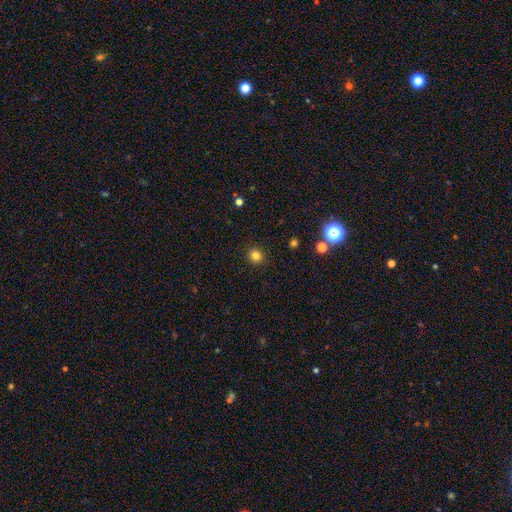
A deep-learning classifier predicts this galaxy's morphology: smooth 81%, star or artifact 14%, featured or disk 5%. Down the decision tree: how rounded — round (83%); merging — none (90%).